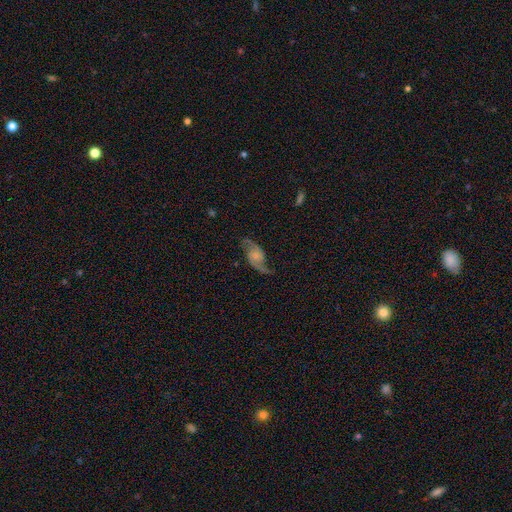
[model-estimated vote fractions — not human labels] smooth-or-featured: featured or disk: 84% | smooth: 9% | star or artifact: 6%
  disk-edge-on: no: 97% | yes: 3%
    bar: no: 57% | weak: 35% | strong: 8%
    has-spiral-arms: yes: 96% | no: 4%
      spiral-winding: loose: 65% | medium: 29% | tight: 6%
      spiral-arm-count: 2: 93% | 1: 2% | can't tell: 2% | 3: 1% | 4: 1% | more than 4: 1%
    bulge-size: none: 37% | small: 30% | moderate: 22% | large: 8% | dominant: 2%
  merging: none: 75% | minor disturbance: 15% | major disturbance: 8% | merger: 2%